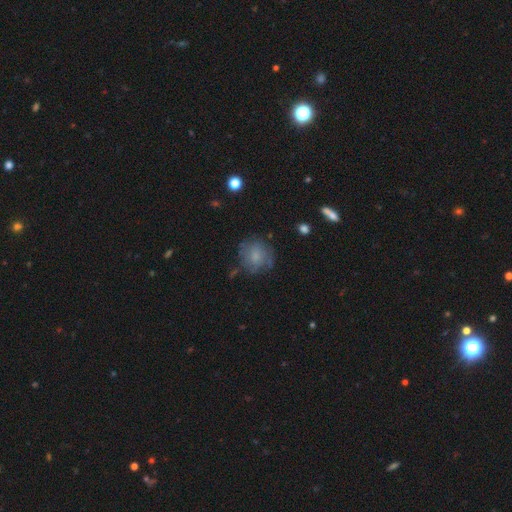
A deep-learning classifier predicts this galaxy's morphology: Overall: smooth (59%; featured or disk 31%). How rounded: round (79%). Merging: none (64%).